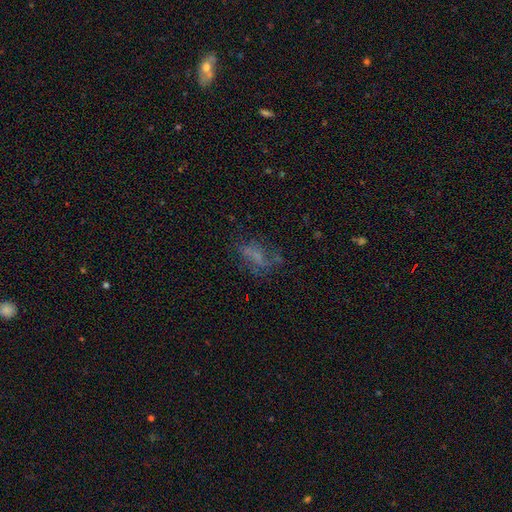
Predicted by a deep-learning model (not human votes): Overall: featured or disk (40%; smooth 39%). Merging: none (50%; major disturbance 25%).